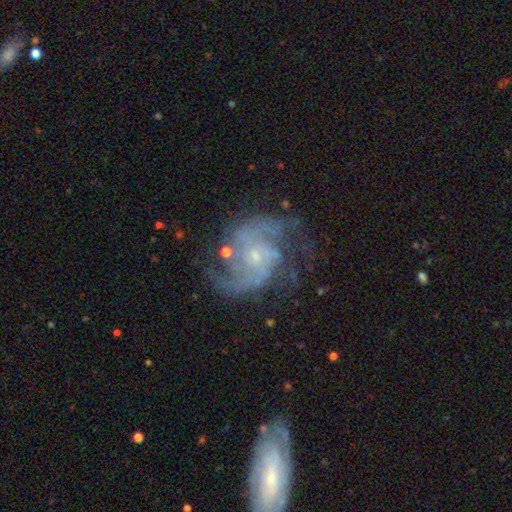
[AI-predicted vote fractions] Smooth or featured?
  - featured or disk: 89% *
  - star or artifact: 6%
  - smooth: 5%
Edge-on disk?
  - no: 98% *
  - yes: 2%
Bar?
  - no: 65% *
  - weak: 29%
  - strong: 6%
Spiral arms?
  - yes: 97% *
  - no: 3%
Spiral winding?
  - medium: 54% *
  - loose: 26%
  - tight: 20%
Spiral arm count?
  - 2: 68% *
  - 3: 11%
  - can't tell: 9%
  - 4: 4%
  - 1: 4%
  - more than 4: 4%
Bulge size?
  - small: 76% *
  - moderate: 16%
  - none: 5%
  - large: 1%
  - dominant: 1%
Merging?
  - none: 66% *
  - minor disturbance: 18%
  - major disturbance: 14%
  - merger: 3%